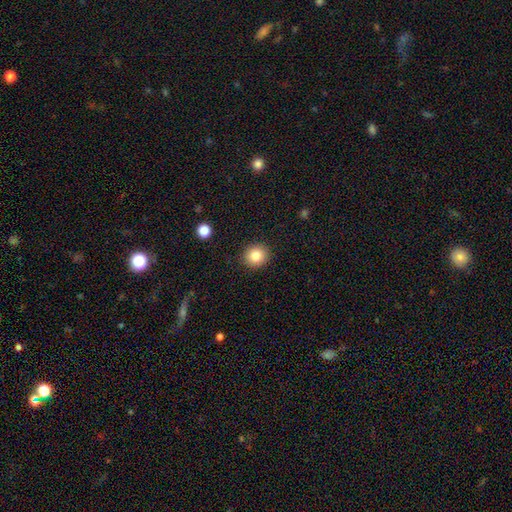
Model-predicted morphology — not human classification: Smooth or featured: smooth — 83% (star or artifact — 10%)
How rounded: round — 86% (in between — 13%)
Merging: none — 90% (minor disturbance — 7%)